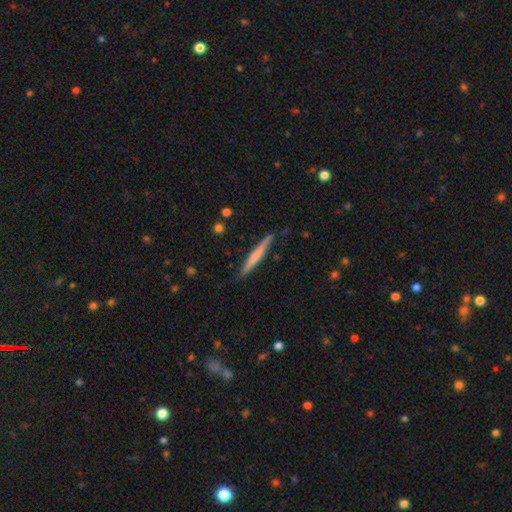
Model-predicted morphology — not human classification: A smooth galaxy with no disk features (50%).

Vote fractions:
- Smooth or featured? smooth: 50% / featured or disk: 45% / star or artifact: 5%
- Merging? none: 88% / minor disturbance: 9% / major disturbance: 2% / merger: 1%